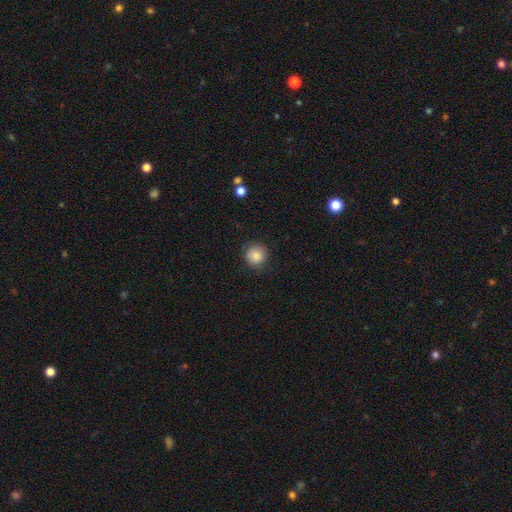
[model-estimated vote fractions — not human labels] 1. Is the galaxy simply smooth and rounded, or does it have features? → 84% smooth, 9% star or artifact, 7% featured or disk.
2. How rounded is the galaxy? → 92% round, 7% in between, 1% cigar-shaped.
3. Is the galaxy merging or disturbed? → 81% none, 14% minor disturbance, 4% major disturbance, 1% merger.